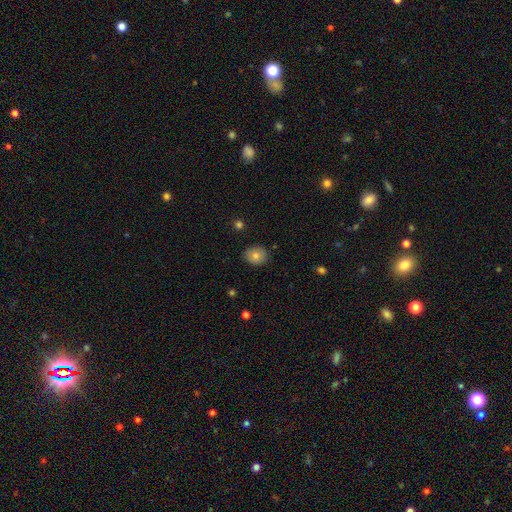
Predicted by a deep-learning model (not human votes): Smooth or featured? Predicted: smooth (p=0.79). How rounded? Predicted: round (p=0.67). Merging? Predicted: none (p=0.85).